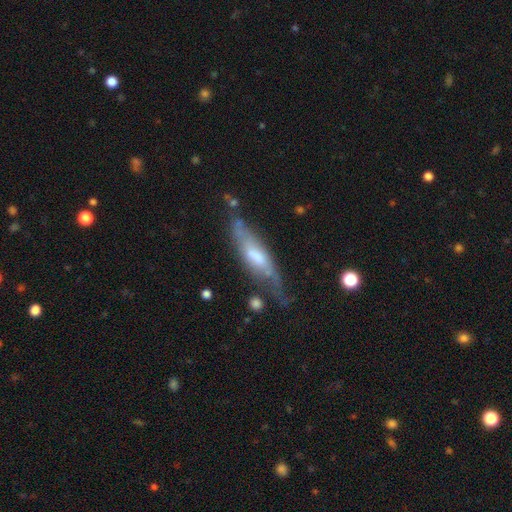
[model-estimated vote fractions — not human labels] smooth-or-featured: featured or disk: 59% | smooth: 34% | star or artifact: 7%
  disk-edge-on: yes: 55% | no: 45%
  merging: none: 51% | minor disturbance: 27% | major disturbance: 15% | merger: 6%